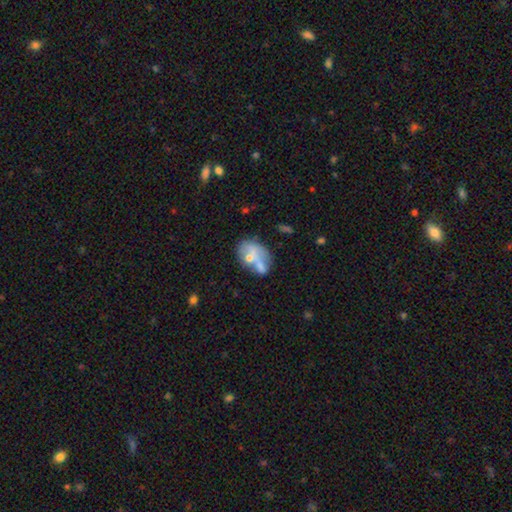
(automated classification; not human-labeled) Overall: smooth (49%; featured or disk 40%). Merging: none (35%; merger 34%).